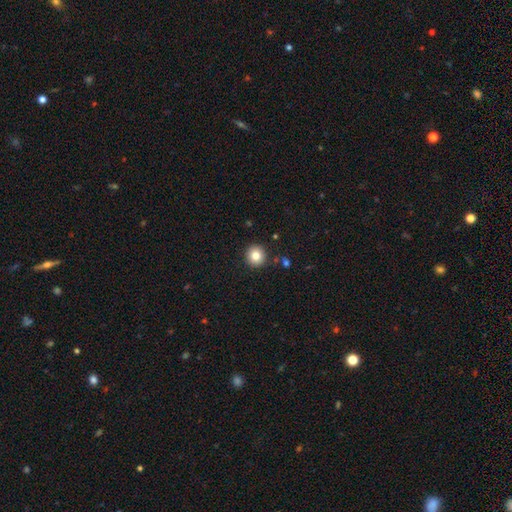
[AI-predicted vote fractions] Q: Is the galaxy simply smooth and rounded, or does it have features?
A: smooth — 82%.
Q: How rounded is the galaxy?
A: round — 94%.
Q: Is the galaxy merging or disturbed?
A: none — 90%.